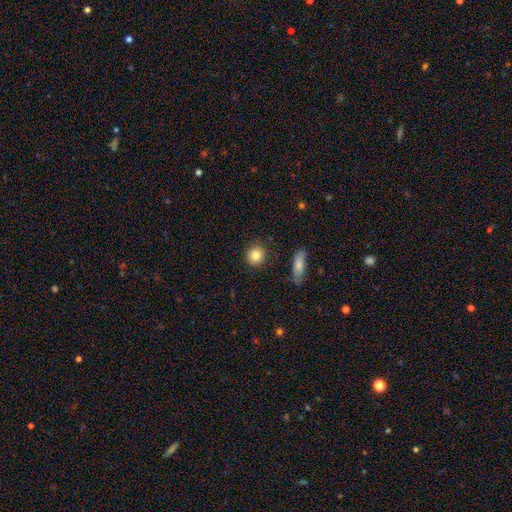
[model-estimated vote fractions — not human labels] smooth-or-featured: smooth: 85% | star or artifact: 8% | featured or disk: 7%
  how-rounded: round: 84% | in between: 14% | cigar-shaped: 2%
  merging: none: 88% | minor disturbance: 7% | merger: 2% | major disturbance: 2%